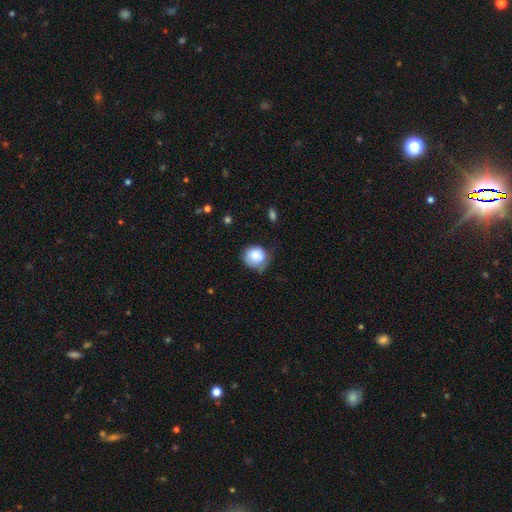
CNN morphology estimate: Smooth or featured? Predicted: smooth (p=0.81). How rounded? Predicted: round (p=0.87). Merging? Predicted: none (p=0.52).